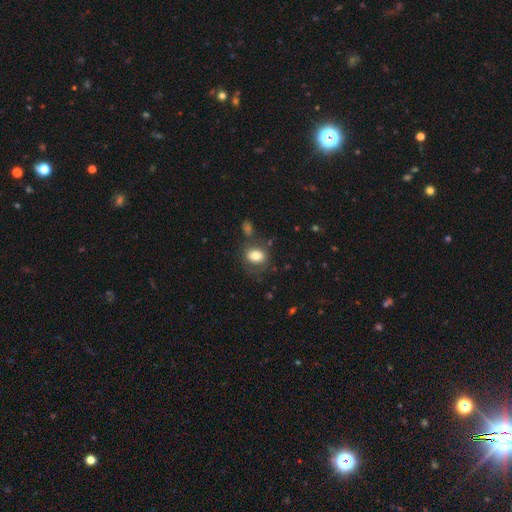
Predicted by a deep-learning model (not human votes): Smooth or featured? Predicted: smooth (p=0.77). How rounded? Predicted: in between (p=0.67). Merging? Predicted: none (p=0.66).